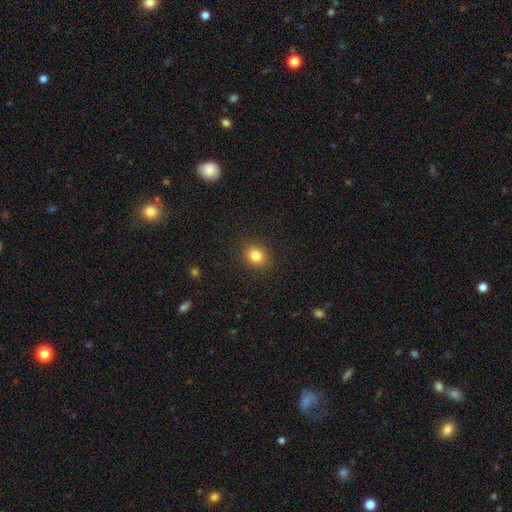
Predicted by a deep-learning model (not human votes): The model was most divided on "how rounded": round: 62%, in between: 37%, cigar-shaped: 1%. More confident: merging — none (89%); smooth or featured — smooth (83%).